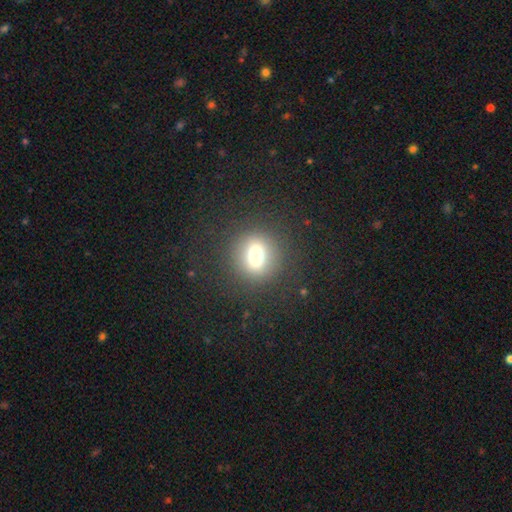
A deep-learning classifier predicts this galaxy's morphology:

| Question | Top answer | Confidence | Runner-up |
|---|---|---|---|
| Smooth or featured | smooth | 70% | star or artifact (16%) |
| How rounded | round | 74% | in between (25%) |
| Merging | none | 85% | minor disturbance (8%) |